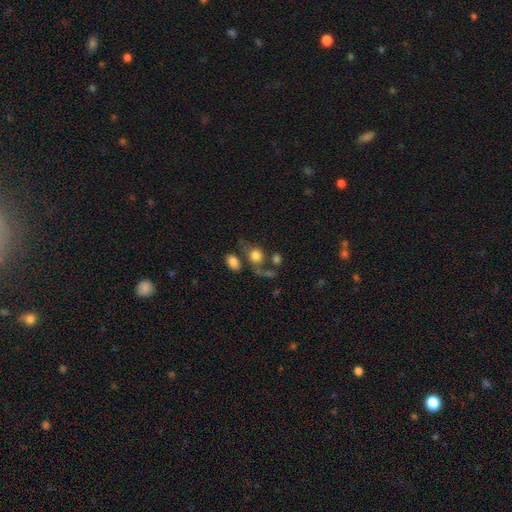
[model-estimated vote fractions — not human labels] This appears to be a smooth galaxy with no disk features (76%) that is round (60%). Merging: none (45%).